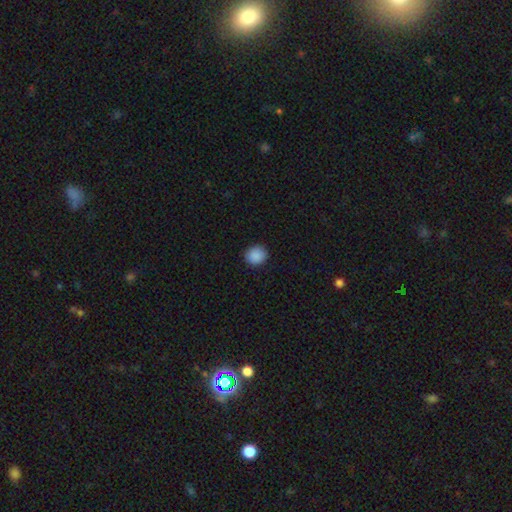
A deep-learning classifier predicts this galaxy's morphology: Q: Smooth or featured?
A: smooth (89%); runner-up: star or artifact (8%)
Q: How rounded?
A: round (81%); runner-up: in between (18%)
Q: Merging?
A: none (90%); runner-up: minor disturbance (7%)